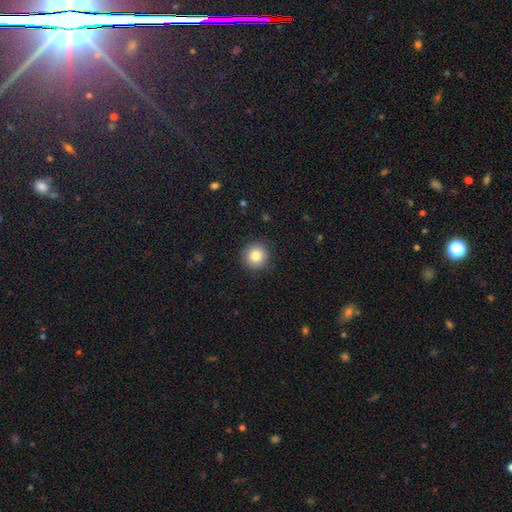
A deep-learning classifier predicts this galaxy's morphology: Q: Smooth or featured?
A: smooth (85%); runner-up: star or artifact (9%)
Q: How rounded?
A: round (93%); runner-up: in between (6%)
Q: Merging?
A: none (89%); runner-up: minor disturbance (7%)